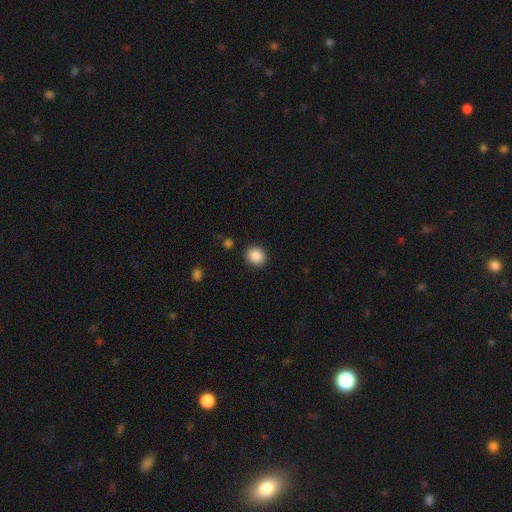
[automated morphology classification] A smooth galaxy with no disk features (87%) that is round (79%). Merging: none (90%).